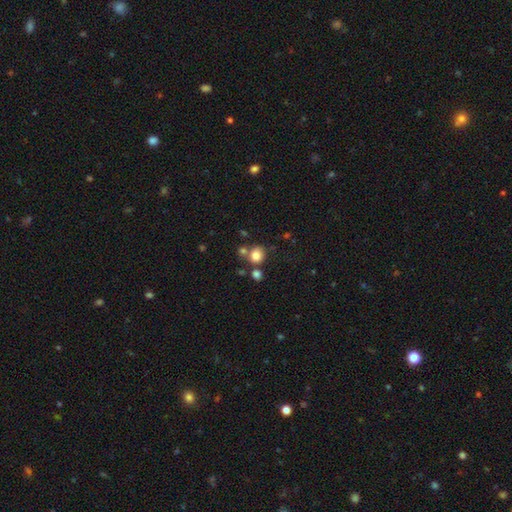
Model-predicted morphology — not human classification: Smooth or featured? smooth (80%)
How rounded? round (83%)
Merging? none (65%)